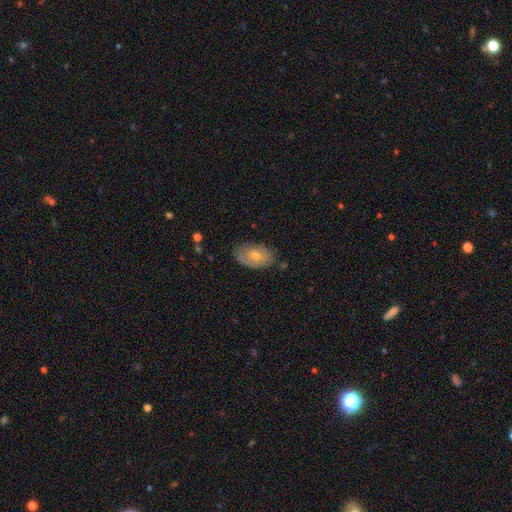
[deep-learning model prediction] Smooth or featured? Predicted: smooth (p=0.51). How rounded? Predicted: in between (p=0.90). Merging? Predicted: none (p=0.73).